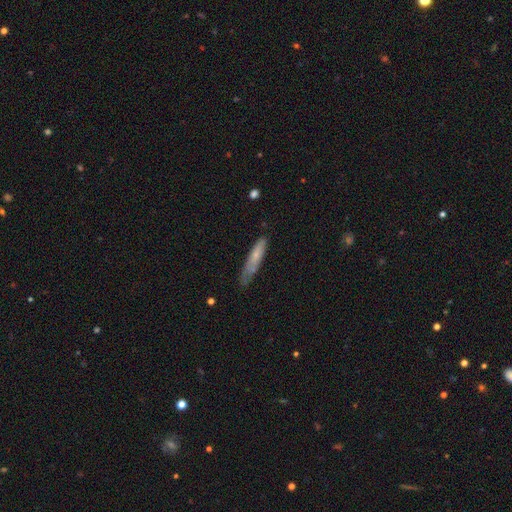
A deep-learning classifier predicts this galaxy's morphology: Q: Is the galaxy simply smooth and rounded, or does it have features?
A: smooth — 63%.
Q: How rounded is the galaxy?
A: cigar-shaped — 84%.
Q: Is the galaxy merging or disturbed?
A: none — 58%.